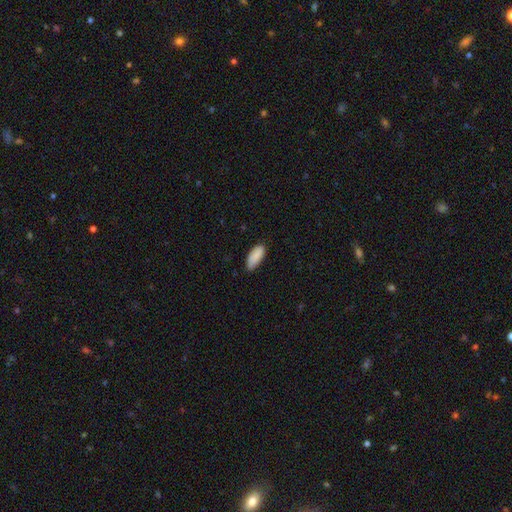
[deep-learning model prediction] Smooth or featured? Predicted: smooth (p=0.88). How rounded? Predicted: in between (p=0.85). Merging? Predicted: none (p=0.71).